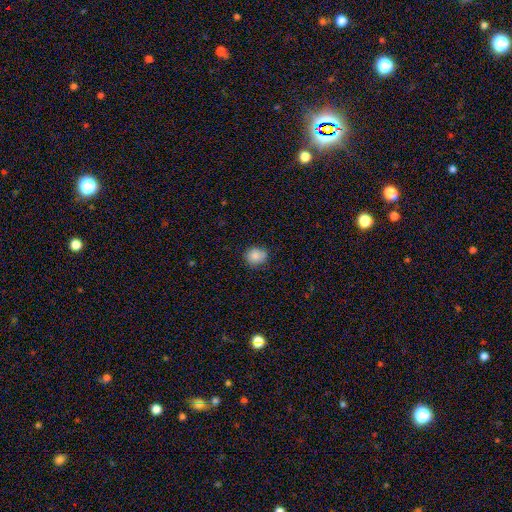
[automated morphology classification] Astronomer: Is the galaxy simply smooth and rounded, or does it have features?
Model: smooth — 85%.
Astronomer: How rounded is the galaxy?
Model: round — 80%.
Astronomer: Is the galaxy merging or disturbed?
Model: none — 77%.